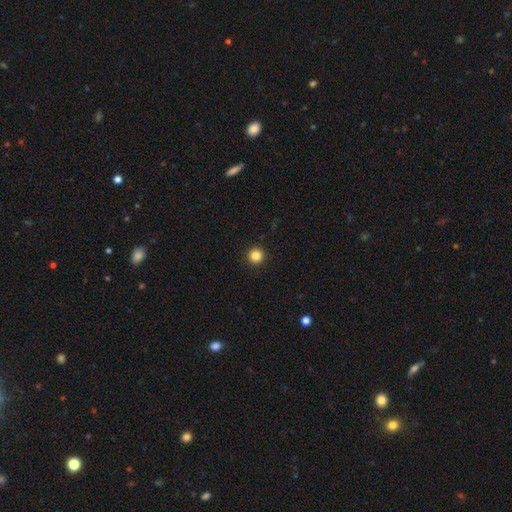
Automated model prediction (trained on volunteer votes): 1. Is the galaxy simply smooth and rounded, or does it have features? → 84% smooth, 12% star or artifact, 4% featured or disk.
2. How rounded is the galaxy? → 96% round, 3% in between, 1% cigar-shaped.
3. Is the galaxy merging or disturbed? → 94% none, 4% minor disturbance, 1% major disturbance, 1% merger.